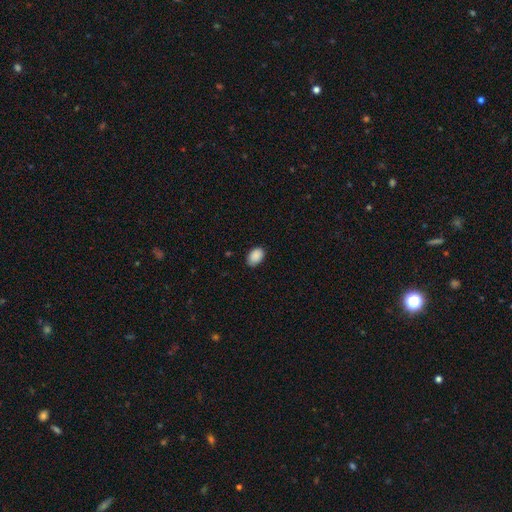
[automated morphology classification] Smooth or featured? smooth (90%)
How rounded? in between (86%)
Merging? none (83%)